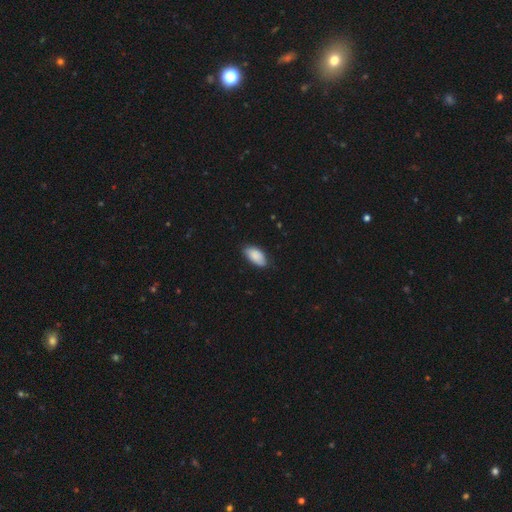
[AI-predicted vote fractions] A smooth galaxy with no disk features (87%) that is in between round and cigar-shaped (94%).

Vote fractions:
- Smooth or featured? smooth: 87% / featured or disk: 7% / star or artifact: 6%
- How rounded? in between: 94% / cigar-shaped: 3% / round: 3%
- Merging? none: 77% / minor disturbance: 19% / major disturbance: 3% / merger: 1%